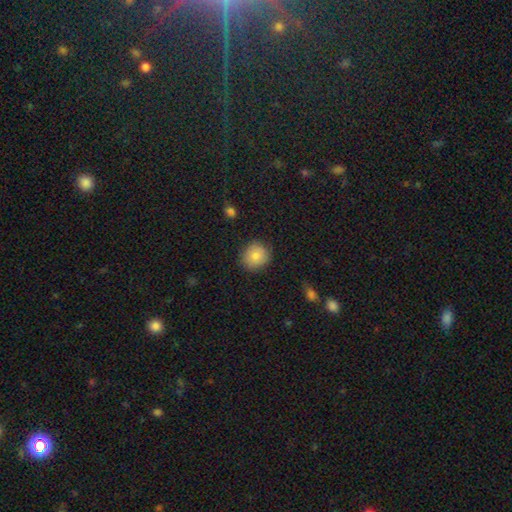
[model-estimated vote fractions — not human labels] Morphology: type=smooth (81%); roundness=round (84%); merging=none (84%).